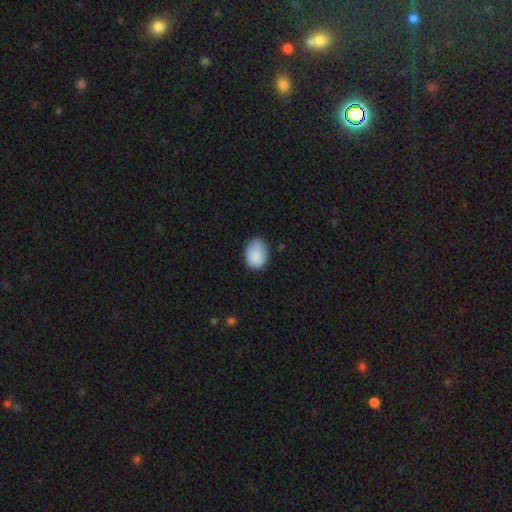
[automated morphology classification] A smooth galaxy with no disk features (88%) that is in between round and cigar-shaped (71%). Merging: none (71%).